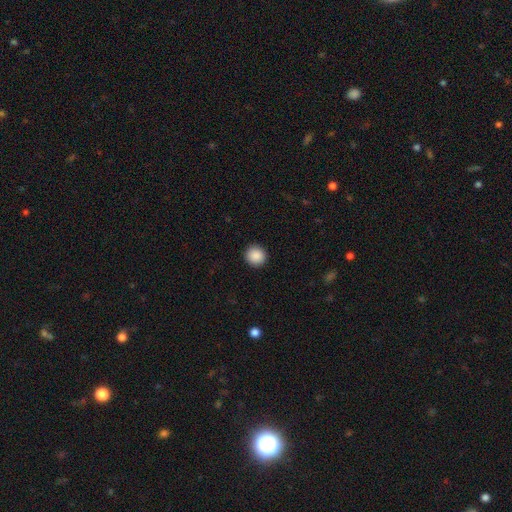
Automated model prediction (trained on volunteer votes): Smooth or featured?
  - smooth: 89% *
  - star or artifact: 8%
  - featured or disk: 3%
How rounded?
  - round: 93% *
  - in between: 6%
  - cigar-shaped: 1%
Merging?
  - none: 93% *
  - minor disturbance: 5%
  - major disturbance: 2%
  - merger: 1%